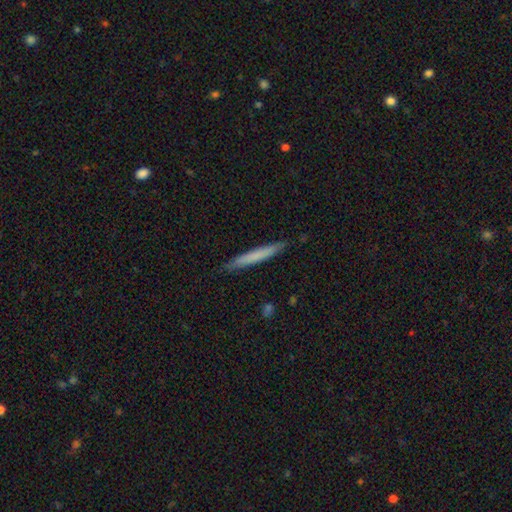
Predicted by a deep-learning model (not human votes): smooth-or-featured: smooth: 70% | featured or disk: 24% | star or artifact: 6%
  how-rounded: cigar-shaped: 96% | in between: 3% | round: 1%
  merging: none: 89% | minor disturbance: 9% | major disturbance: 1% | merger: 1%